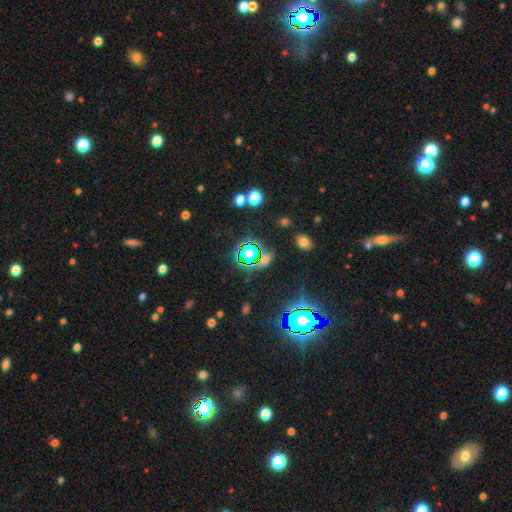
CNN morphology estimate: Q: Smooth or featured?
A: star or artifact (63%); runner-up: smooth (26%)